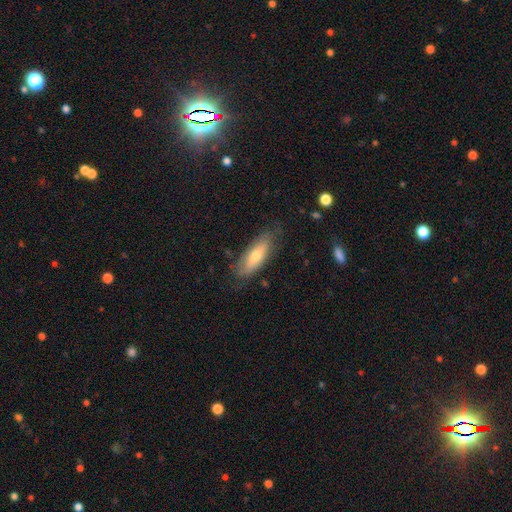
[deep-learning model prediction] Q: Smooth or featured?
A: smooth (62%); runner-up: featured or disk (31%)
Q: How rounded?
A: in between (62%); runner-up: cigar-shaped (36%)
Q: Merging?
A: none (73%); runner-up: minor disturbance (20%)